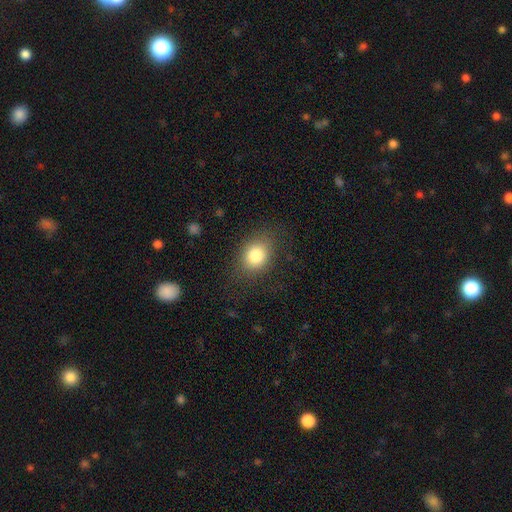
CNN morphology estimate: Smooth or featured: smooth — 81% (star or artifact — 10%)
How rounded: in between — 55% (round — 44%)
Merging: none — 80% (minor disturbance — 13%)